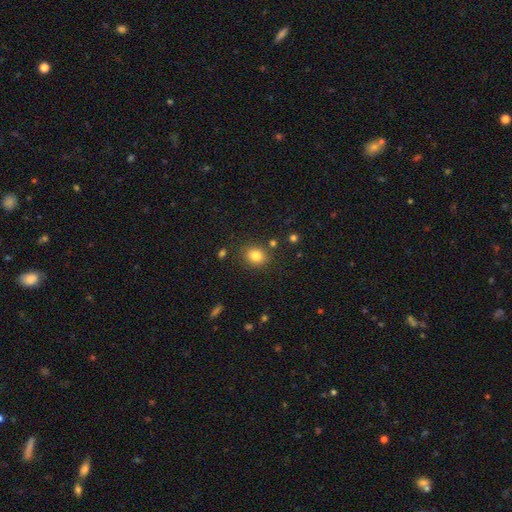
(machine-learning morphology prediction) type=smooth (82%); roundness=round (59%); merging=none (82%).